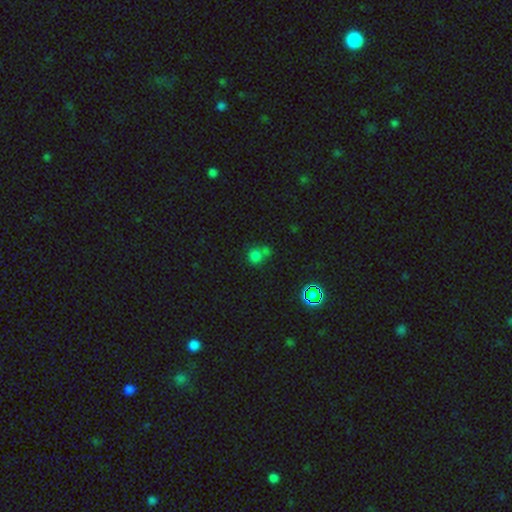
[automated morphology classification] Smooth or featured: smooth — 69% (star or artifact — 23%)
How rounded: round — 84% (in between — 15%)
Merging: none — 48% (merger — 33%)